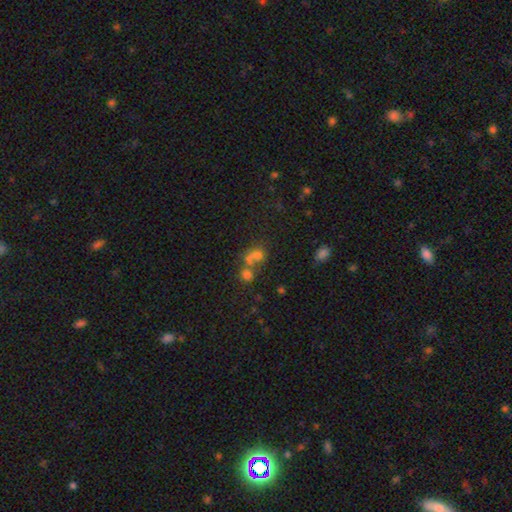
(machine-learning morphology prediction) type=smooth (58%); roundness=round (70%); merging=merger (53%).